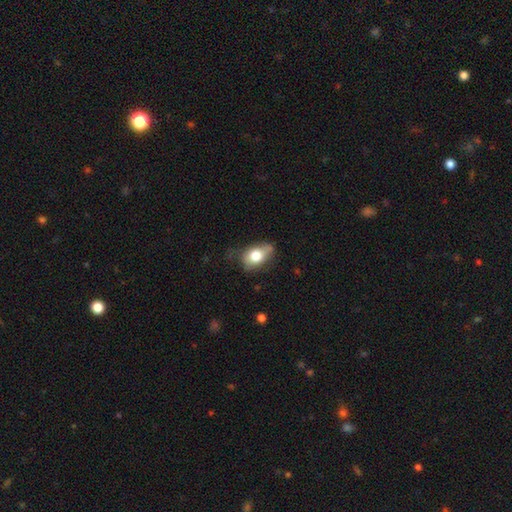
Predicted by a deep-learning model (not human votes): Smooth or featured? smooth (74%)
How rounded? in between (80%)
Merging? none (52%)